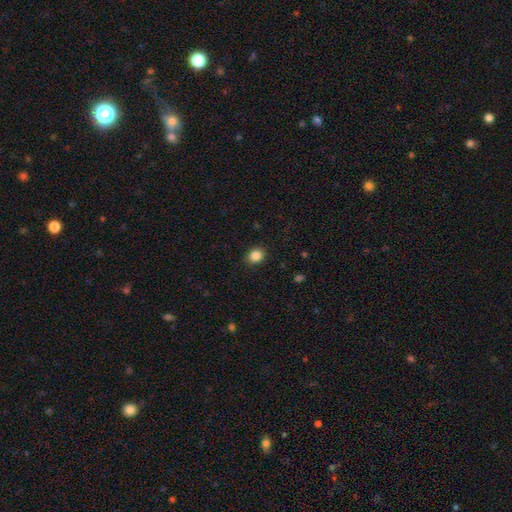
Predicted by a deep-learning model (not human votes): Overall: smooth (86%). How rounded: round (61%; in between 38%). Merging: none (89%).